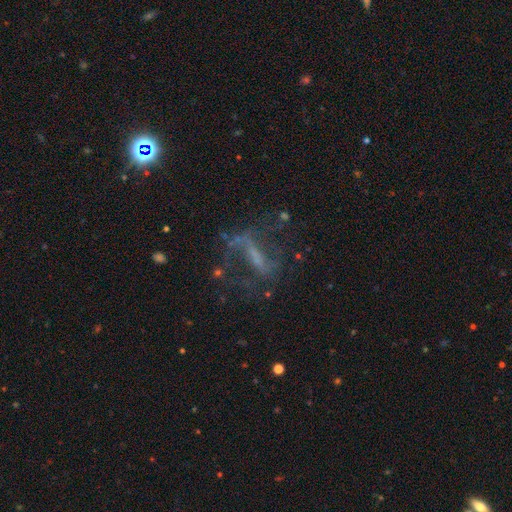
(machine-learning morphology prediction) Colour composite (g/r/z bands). It shows a featured or disk galaxy (64%) with a strong bar (45%), spiral arms (64%) and no central bulge (46%). Merging: none (51%).